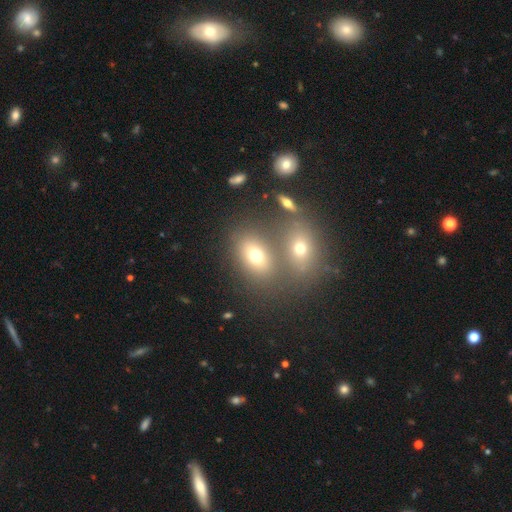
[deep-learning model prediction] Smooth or featured? smooth (69%)
How rounded? in between (70%)
Merging? none (59%)